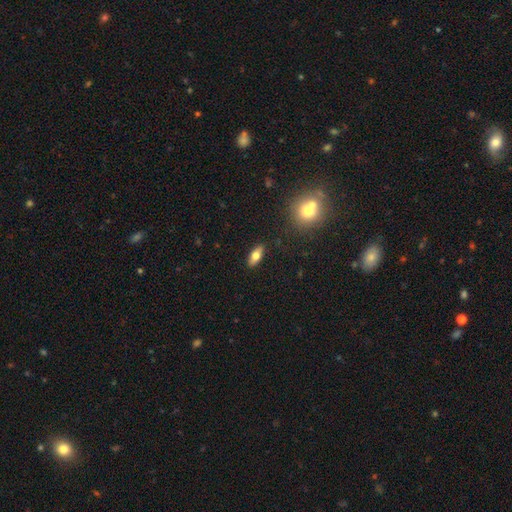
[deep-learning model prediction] Smooth or featured?
  - smooth: 63% *
  - featured or disk: 29%
  - star or artifact: 8%
How rounded?
  - in between: 74% *
  - cigar-shaped: 23%
  - round: 4%
Merging?
  - none: 88% *
  - minor disturbance: 8%
  - major disturbance: 2%
  - merger: 2%